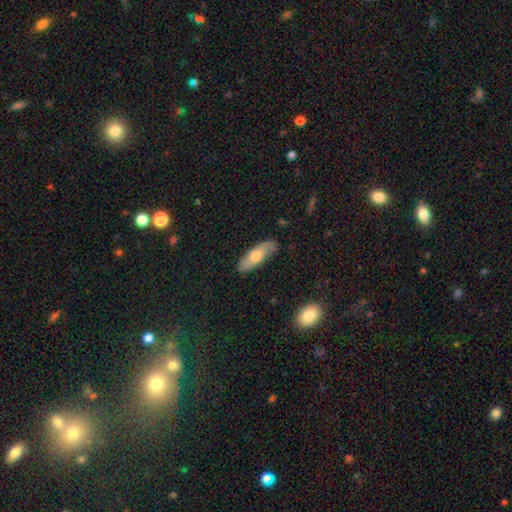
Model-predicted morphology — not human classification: A smooth galaxy with no disk features (61%) that is in between round and cigar-shaped (61%). Merging: none (76%).